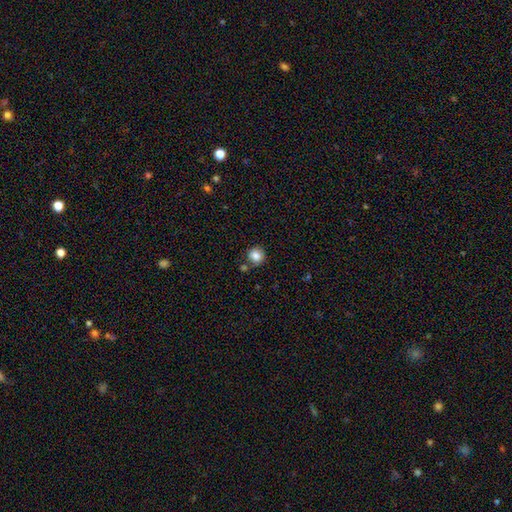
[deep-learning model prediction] Morphology: type=smooth (84%); roundness=round (91%); merging=none (75%).